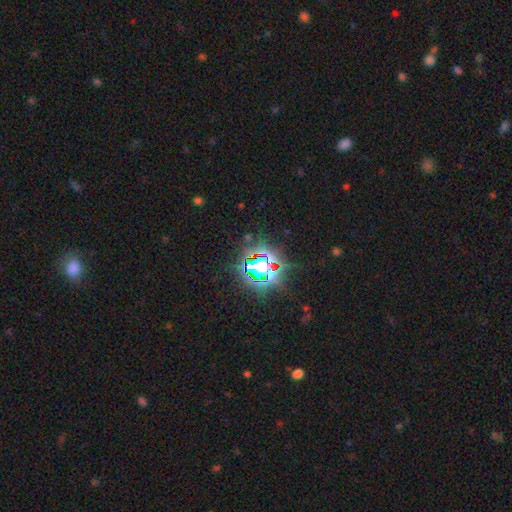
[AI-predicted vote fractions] A star or artifact, not a galaxy (80%).